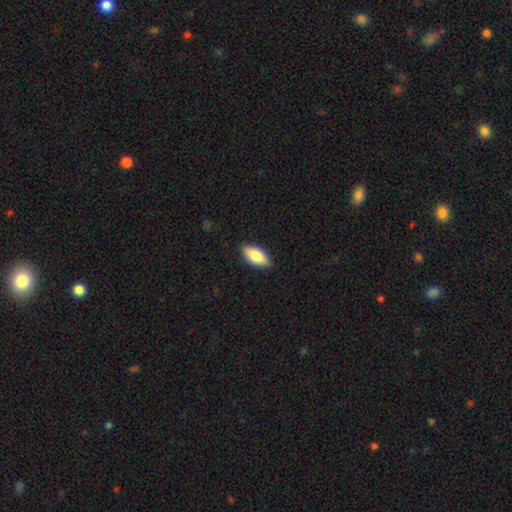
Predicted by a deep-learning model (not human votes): smooth-or-featured: smooth: 77% | featured or disk: 17% | star or artifact: 6%
  how-rounded: in between: 84% | cigar-shaped: 13% | round: 3%
  merging: none: 88% | minor disturbance: 9% | major disturbance: 2% | merger: 1%